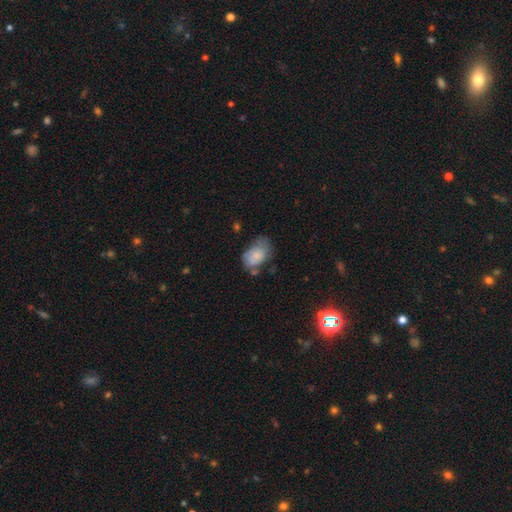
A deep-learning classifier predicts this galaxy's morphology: Q: Smooth or featured?
A: smooth (70%); runner-up: featured or disk (23%)
Q: How rounded?
A: in between (86%); runner-up: round (13%)
Q: Merging?
A: none (39%); runner-up: minor disturbance (35%)